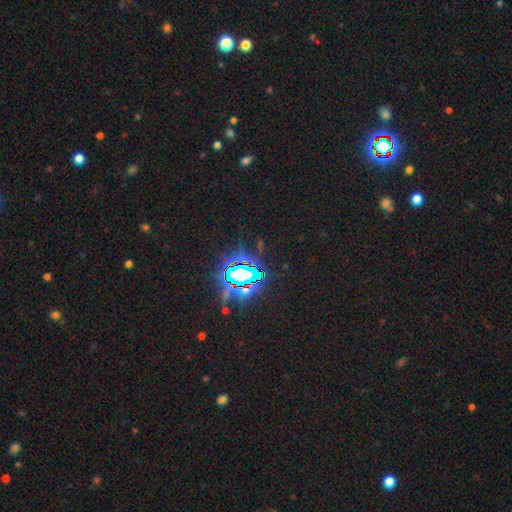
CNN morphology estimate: The model was most divided on "smooth or featured": star or artifact: 86%, smooth: 8%, featured or disk: 6%.